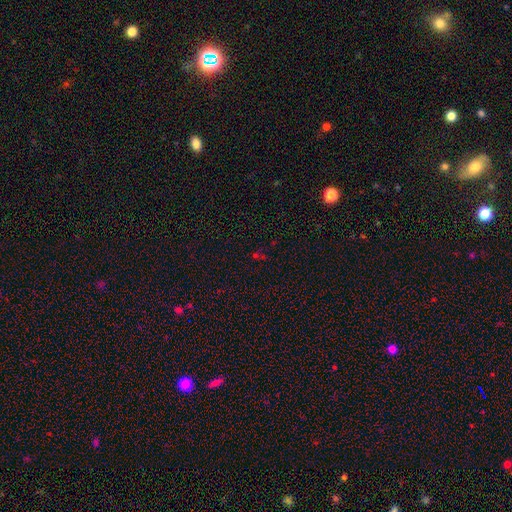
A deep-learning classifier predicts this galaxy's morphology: A star or artifact, not a galaxy (62%).

Vote fractions:
- Smooth or featured? star or artifact: 62% / smooth: 28% / featured or disk: 11%